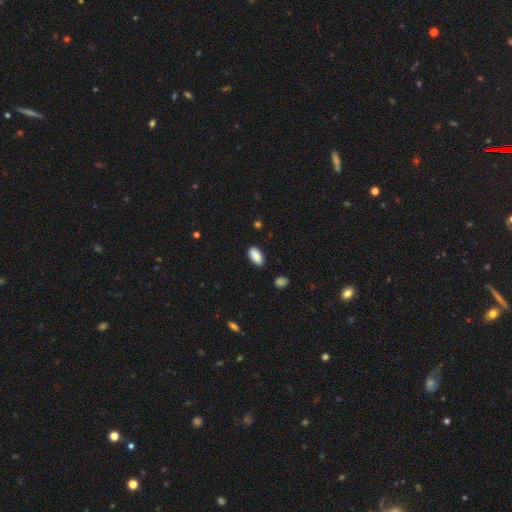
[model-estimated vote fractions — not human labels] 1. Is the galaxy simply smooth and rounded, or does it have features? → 89% smooth, 7% star or artifact, 4% featured or disk.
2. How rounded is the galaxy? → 93% in between, 4% cigar-shaped, 3% round.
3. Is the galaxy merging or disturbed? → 82% none, 14% minor disturbance, 2% major disturbance, 2% merger.